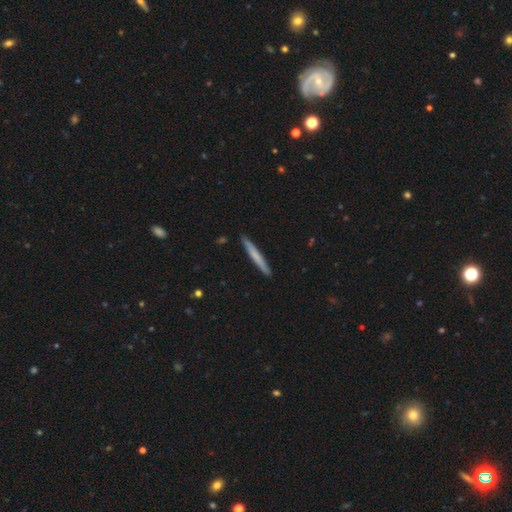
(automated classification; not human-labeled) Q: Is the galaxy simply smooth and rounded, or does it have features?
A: smooth — 66%.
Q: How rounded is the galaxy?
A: cigar-shaped — 97%.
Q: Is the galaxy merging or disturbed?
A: none — 91%.